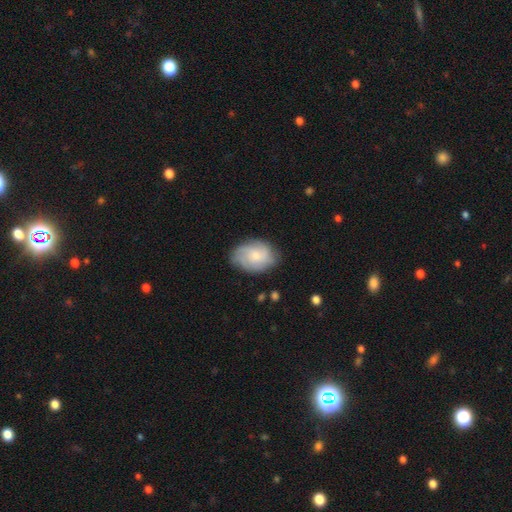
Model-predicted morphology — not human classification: A featured or disk galaxy (49%).

Vote fractions:
- Smooth or featured? featured or disk: 49% / smooth: 44% / star or artifact: 7%
- Merging? none: 72% / minor disturbance: 21% / major disturbance: 6% / merger: 1%